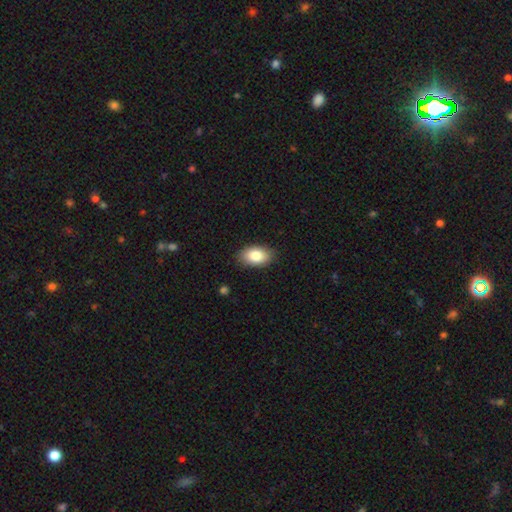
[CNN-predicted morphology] smooth 82%, featured or disk 11%, star or artifact 7%. Down the decision tree: how rounded — in between (92%); merging — none (87%).